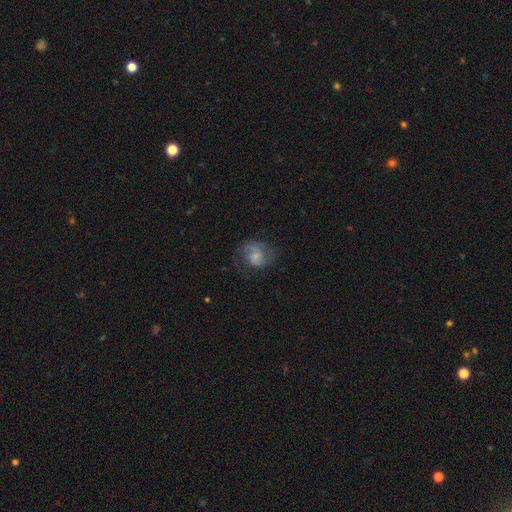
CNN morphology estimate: This is possibly a featured or disk galaxy (48%). Merging: possibly none (56%).